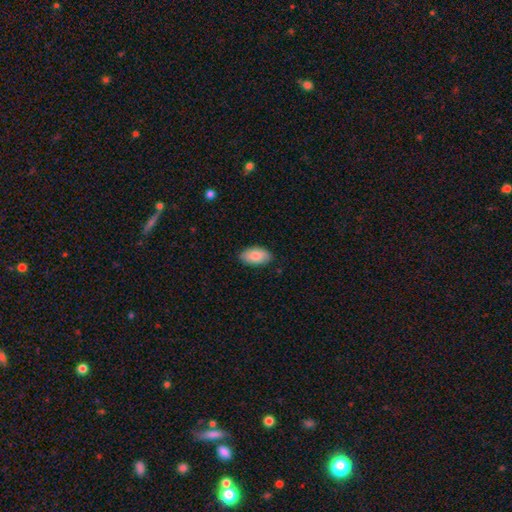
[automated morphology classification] This appears to be a smooth galaxy with no disk features (84%) that is in between round and cigar-shaped (95%). Merging: none (86%).